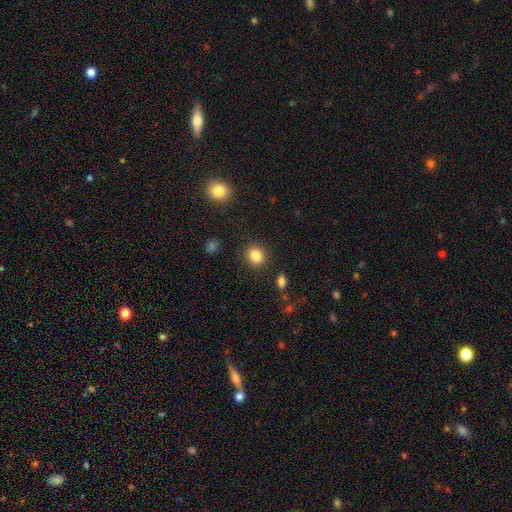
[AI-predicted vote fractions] Smooth or featured?
  - smooth: 85% *
  - star or artifact: 10%
  - featured or disk: 5%
How rounded?
  - round: 83% *
  - in between: 16%
  - cigar-shaped: 1%
Merging?
  - none: 89% *
  - minor disturbance: 6%
  - major disturbance: 3%
  - merger: 2%